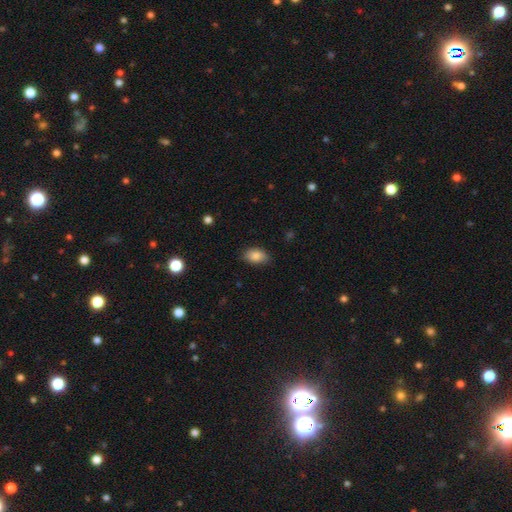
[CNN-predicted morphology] A smooth galaxy with no disk features (85%) that is in between round and cigar-shaped (89%).

Vote fractions:
- Smooth or featured? smooth: 85% / star or artifact: 8% / featured or disk: 7%
- How rounded? in between: 89% / round: 10% / cigar-shaped: 1%
- Merging? none: 82% / minor disturbance: 14% / major disturbance: 3% / merger: 1%